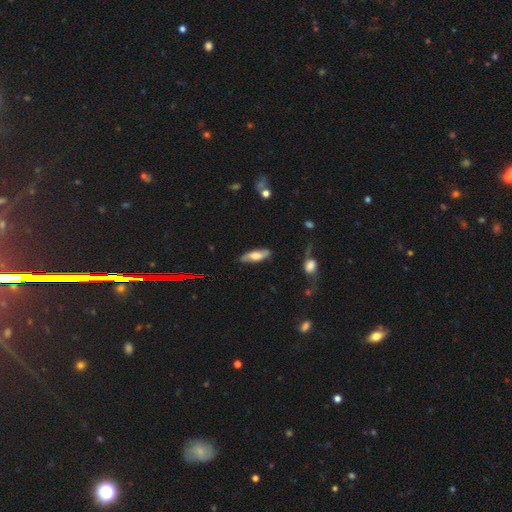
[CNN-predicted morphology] Smooth or featured? Predicted: smooth (p=0.48). Merging? Predicted: none (p=0.79).